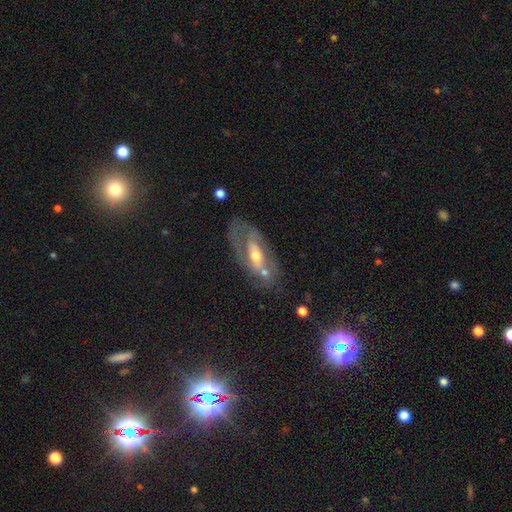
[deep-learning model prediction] Smooth or featured? featured or disk (67%)
Edge-on disk? no (82%)
Bar? no (49%)
Spiral arms? yes (50%, tied with no)
Bulge size? moderate (64%)
Merging? none (54%)